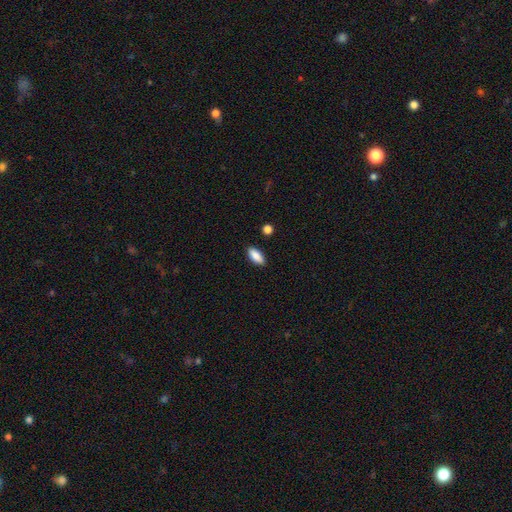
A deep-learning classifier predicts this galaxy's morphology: The model was most divided on "how rounded": in between: 81%, cigar-shaped: 16%, round: 2%. More confident: merging — none (87%); smooth or featured — smooth (86%).